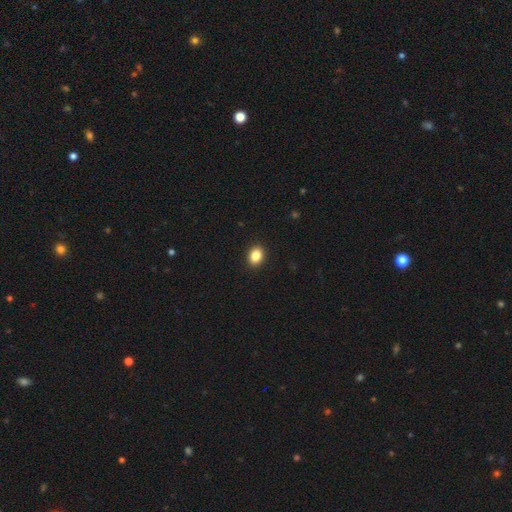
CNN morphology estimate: type=smooth (86%); roundness=in between (68%); merging=none (91%).